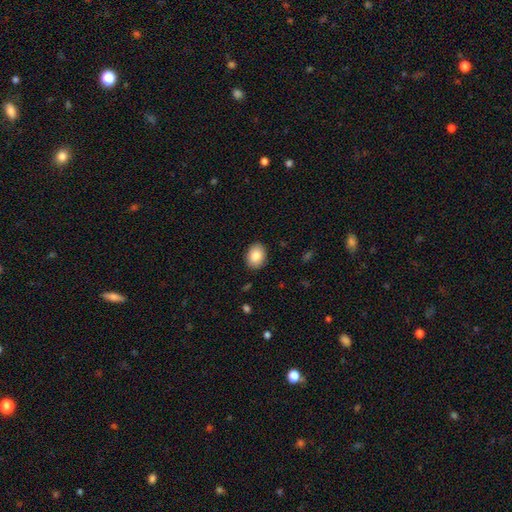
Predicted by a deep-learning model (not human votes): A smooth galaxy with no disk features (86%) that is in between round and cigar-shaped (69%). Merging: none (89%).